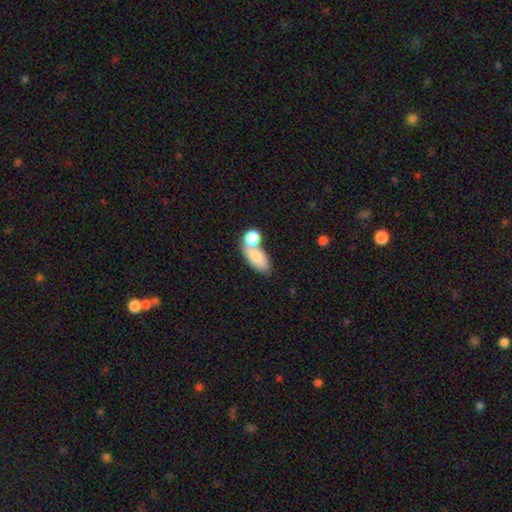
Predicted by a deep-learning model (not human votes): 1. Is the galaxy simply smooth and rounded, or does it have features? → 80% smooth, 13% featured or disk, 7% star or artifact.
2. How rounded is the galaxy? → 86% in between, 7% cigar-shaped, 7% round.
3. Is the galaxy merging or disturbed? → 54% merger, 28% none, 11% minor disturbance, 7% major disturbance.